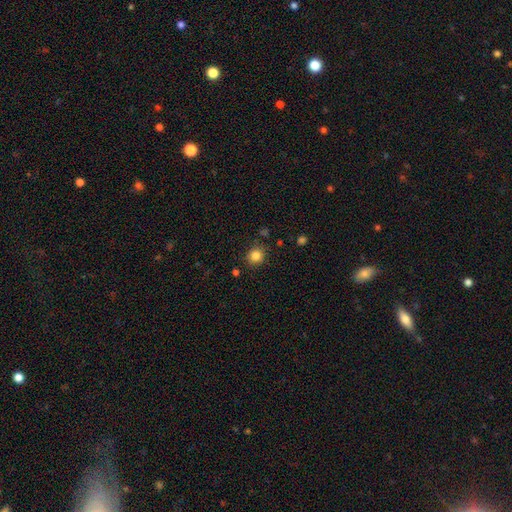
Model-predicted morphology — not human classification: smooth_or_featured: smooth (p=0.84) [alt: star or artifact p=0.11]
how_rounded: round (p=0.87) [alt: in between p=0.12]
merging: none (p=0.85) [alt: minor disturbance p=0.10]